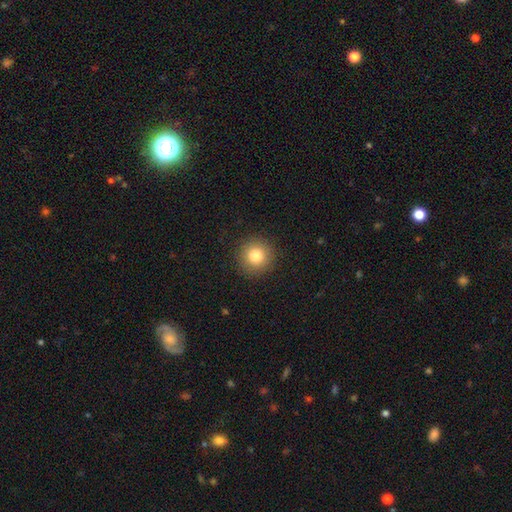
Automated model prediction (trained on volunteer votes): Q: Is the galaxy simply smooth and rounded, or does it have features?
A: smooth — 82%.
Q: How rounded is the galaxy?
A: round — 94%.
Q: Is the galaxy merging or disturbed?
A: none — 91%.